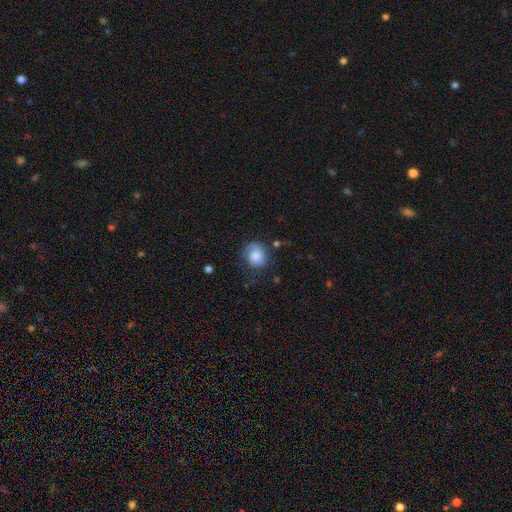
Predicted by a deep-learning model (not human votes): Overall: smooth (64%; featured or disk 27%). How rounded: round (68%; in between 31%). Merging: none (59%; minor disturbance 26%).